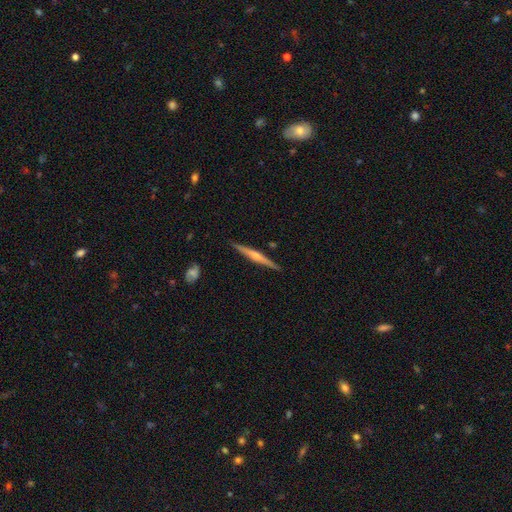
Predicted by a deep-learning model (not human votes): This appears to be a featured or disk galaxy (67%) viewed edge-on (98%) with a rounded central bulge (65%). Merging: none (90%).